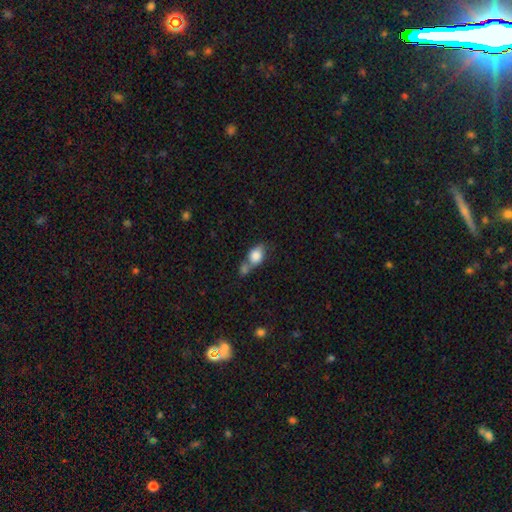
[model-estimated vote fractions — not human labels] A smooth galaxy with no disk features (81%) that is in between round and cigar-shaped (70%).

Vote fractions:
- Smooth or featured? smooth: 81% / featured or disk: 11% / star or artifact: 8%
- How rounded? in between: 70% / round: 27% / cigar-shaped: 3%
- Merging? merger: 56% / none: 25% / minor disturbance: 12% / major disturbance: 6%